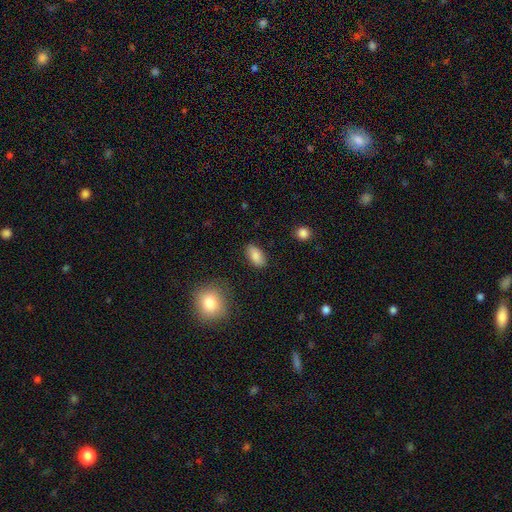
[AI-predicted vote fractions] Smooth or featured? Predicted: smooth (p=0.85). How rounded? Predicted: in between (p=0.92). Merging? Predicted: none (p=0.86).